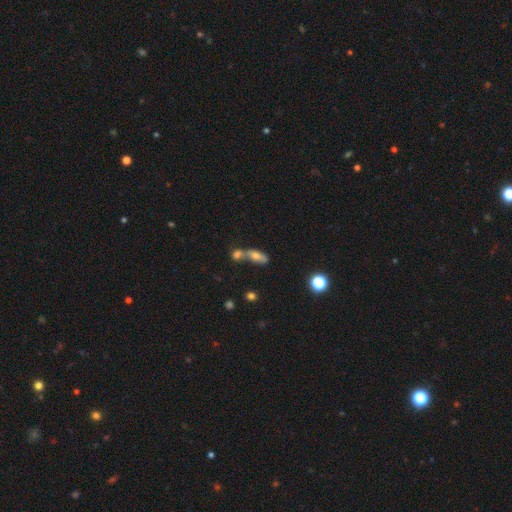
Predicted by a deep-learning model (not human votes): A smooth galaxy with no disk features (63%) that is in between round and cigar-shaped (66%).

Vote fractions:
- Smooth or featured? smooth: 63% / featured or disk: 24% / star or artifact: 13%
- How rounded? in between: 66% / cigar-shaped: 25% / round: 9%
- Merging? merger: 56% / none: 29% / minor disturbance: 9% / major disturbance: 6%